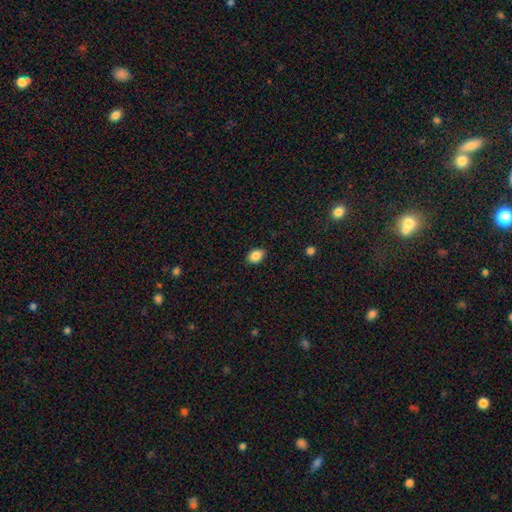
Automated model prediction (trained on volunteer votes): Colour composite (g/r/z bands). It shows a smooth galaxy with no disk features (87%) that is in between round and cigar-shaped (78%). Merging: none (89%).